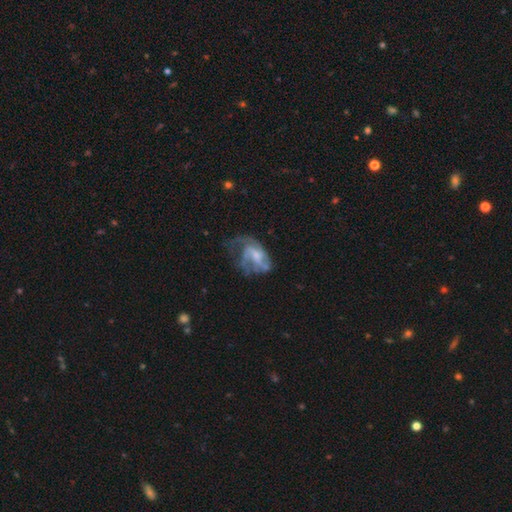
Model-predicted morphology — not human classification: Smooth or featured: featured or disk — 74% (smooth — 19%)
Edge-on disk: no — 97% (yes — 3%)
Bar: no — 48% (weak — 41%)
Spiral arms: yes — 82% (no — 18%)
Spiral winding: medium — 44% (loose — 32%)
Spiral arm count: can't tell — 28% (tied with 3 — 28%)
Bulge size: small — 41% (moderate — 32%)
Merging: none — 37% (tied with major disturbance — 37%)